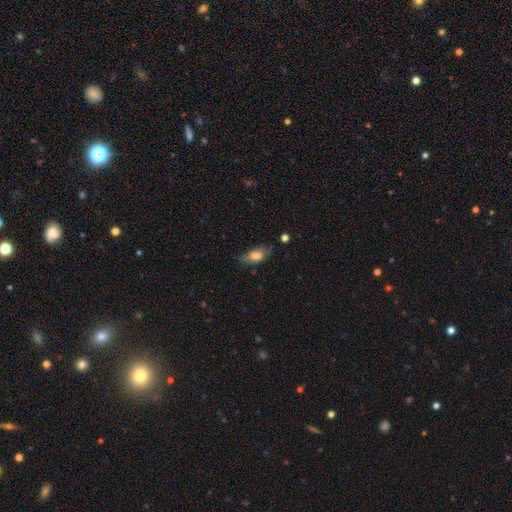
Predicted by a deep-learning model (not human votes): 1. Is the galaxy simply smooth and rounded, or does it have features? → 76% smooth, 16% featured or disk, 8% star or artifact.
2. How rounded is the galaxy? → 85% in between, 11% cigar-shaped, 4% round.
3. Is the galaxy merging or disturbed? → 65% none, 26% minor disturbance, 7% major disturbance, 3% merger.